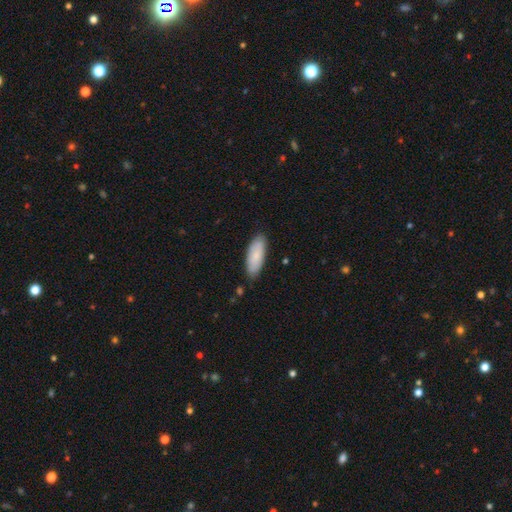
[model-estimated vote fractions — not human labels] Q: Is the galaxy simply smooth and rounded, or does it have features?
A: smooth — 81%.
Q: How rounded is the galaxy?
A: in between — 76%.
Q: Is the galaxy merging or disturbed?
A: none — 82%.